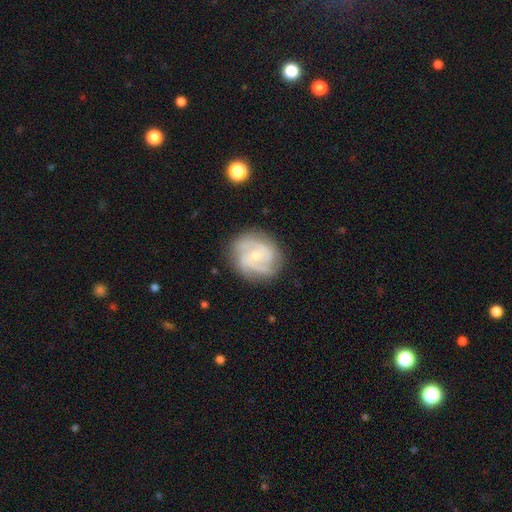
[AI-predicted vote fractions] Smooth or featured? featured or disk (79%)
Edge-on disk? no (98%)
Bar? no (57%)
Spiral arms? yes (94%)
Spiral winding? tight (49%)
Spiral arm count? 2 (42%)
Bulge size? small (60%)
Merging? none (78%)